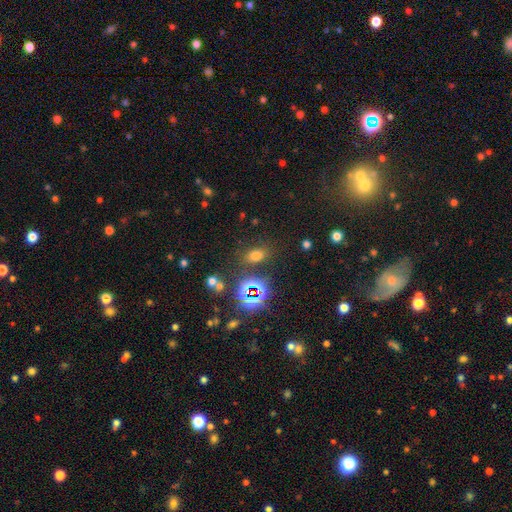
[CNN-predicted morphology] A smooth galaxy with no disk features (62%) that is in between round and cigar-shaped (75%). Merging: none (79%).